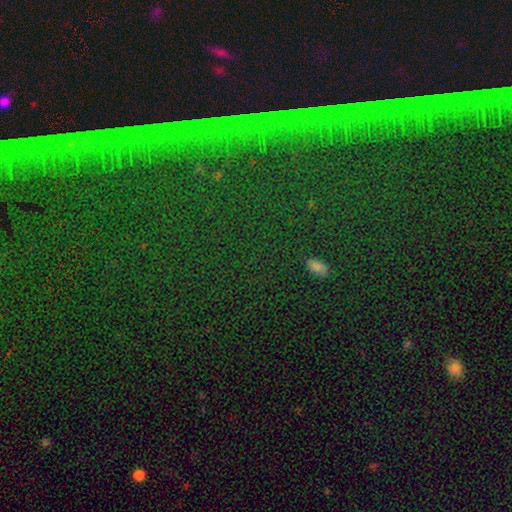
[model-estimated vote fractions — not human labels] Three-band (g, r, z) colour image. It shows a star or artifact, not a galaxy (81%).